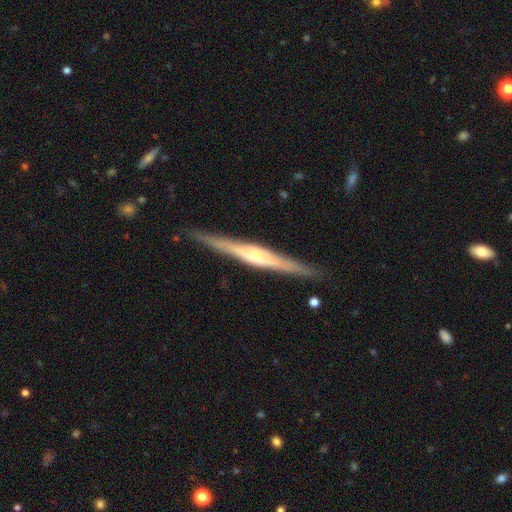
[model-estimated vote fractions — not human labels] smooth-or-featured: featured or disk: 78% | smooth: 17% | star or artifact: 5%
  disk-edge-on: yes: 98% | no: 2%
    edge-on-bulge: rounded: 70% | boxy: 19% | none: 12%
  merging: none: 90% | minor disturbance: 8% | major disturbance: 2% | merger: 1%